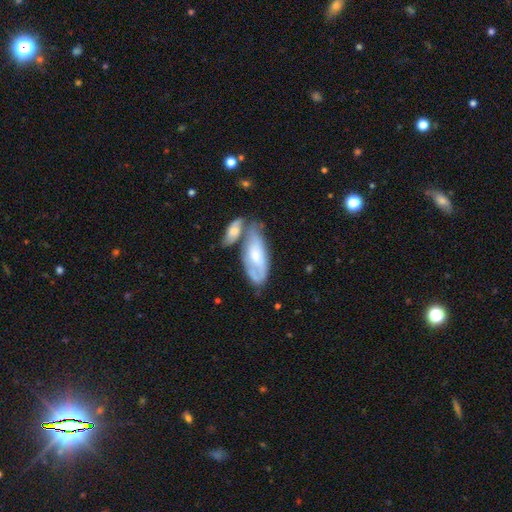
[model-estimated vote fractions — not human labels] A featured or disk galaxy (50%). Merging: none (37%).